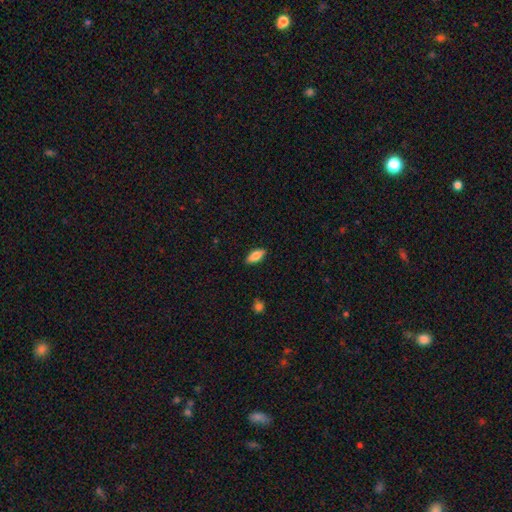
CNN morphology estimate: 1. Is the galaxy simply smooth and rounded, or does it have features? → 79% smooth, 15% featured or disk, 7% star or artifact.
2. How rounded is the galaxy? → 81% in between, 17% cigar-shaped, 2% round.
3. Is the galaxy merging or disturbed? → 88% none, 9% minor disturbance, 2% major disturbance, 1% merger.